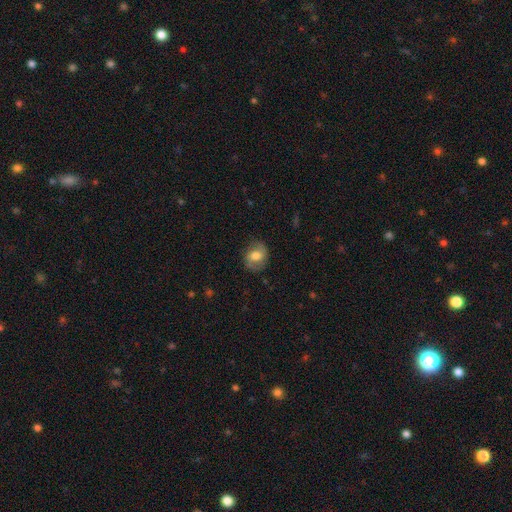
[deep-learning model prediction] smooth-or-featured: smooth: 46% | featured or disk: 45% | star or artifact: 9%
  merging: none: 78% | minor disturbance: 15% | major disturbance: 5% | merger: 1%